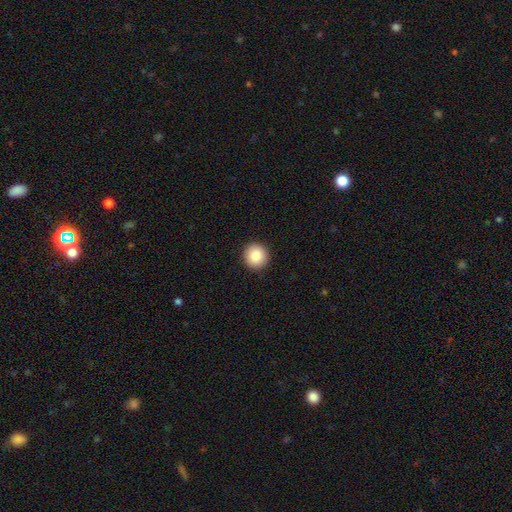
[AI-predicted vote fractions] A smooth galaxy with no disk features (87%) that is round (94%). Merging: none (93%).